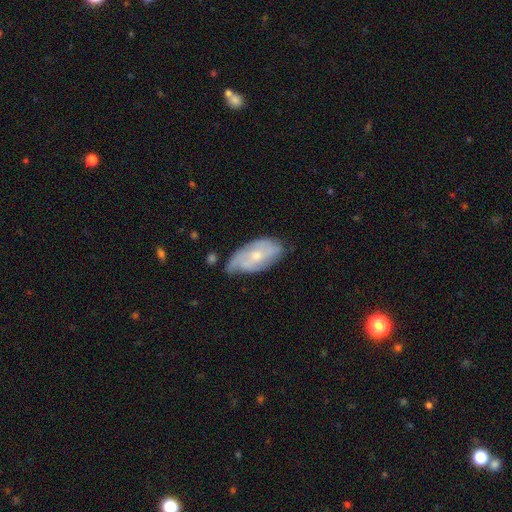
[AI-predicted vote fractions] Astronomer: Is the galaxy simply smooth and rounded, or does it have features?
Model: featured or disk — 56% (runner-up: smooth, 38%).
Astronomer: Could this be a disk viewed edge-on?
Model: no — 91%.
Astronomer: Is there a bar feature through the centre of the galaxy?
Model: no — 75%.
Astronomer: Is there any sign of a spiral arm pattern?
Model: yes — 69%.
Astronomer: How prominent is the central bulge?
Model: small — 51% (runner-up: moderate, 45%).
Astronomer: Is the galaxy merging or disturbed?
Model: none — 53% (runner-up: minor disturbance, 35%).